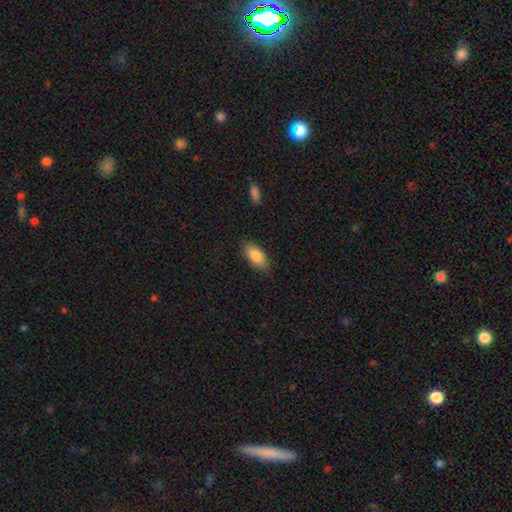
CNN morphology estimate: smooth-or-featured: smooth: 85% | featured or disk: 8% | star or artifact: 6%
  how-rounded: in between: 89% | cigar-shaped: 9% | round: 2%
  merging: none: 82% | minor disturbance: 14% | major disturbance: 3% | merger: 1%